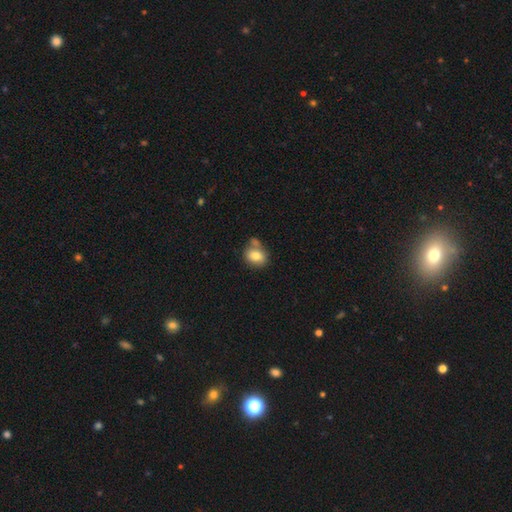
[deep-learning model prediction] This appears to be a smooth galaxy with no disk features (80%) that is in between round and cigar-shaped (50%). Merging: none (52%).